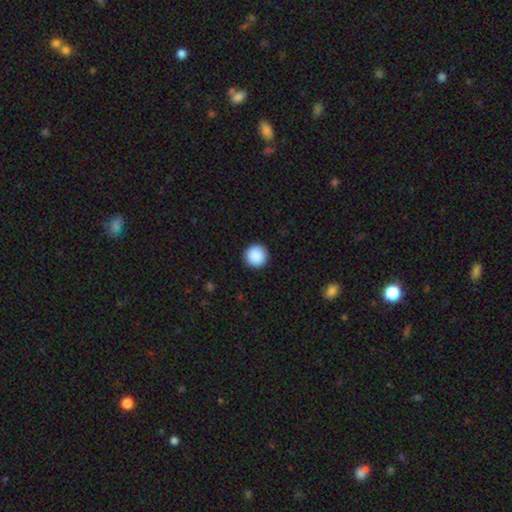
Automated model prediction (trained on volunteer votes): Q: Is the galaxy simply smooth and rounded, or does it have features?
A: smooth — 89%.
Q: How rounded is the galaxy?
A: round — 96%.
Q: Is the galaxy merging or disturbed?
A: none — 92%.